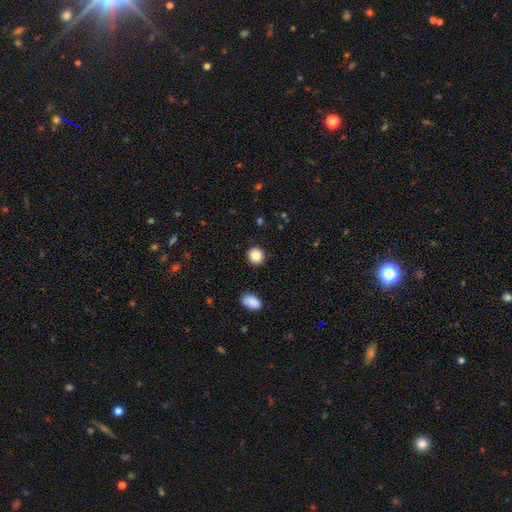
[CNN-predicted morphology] This is clearly a smooth galaxy (86%). How rounded: clearly round (88%). Merging: clearly none (90%).